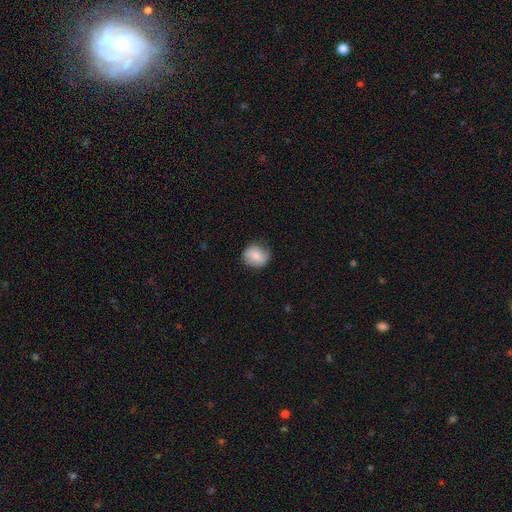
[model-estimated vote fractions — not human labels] This is likely a smooth galaxy (74%). How rounded: likely round (75%). Merging: likely none (73%).